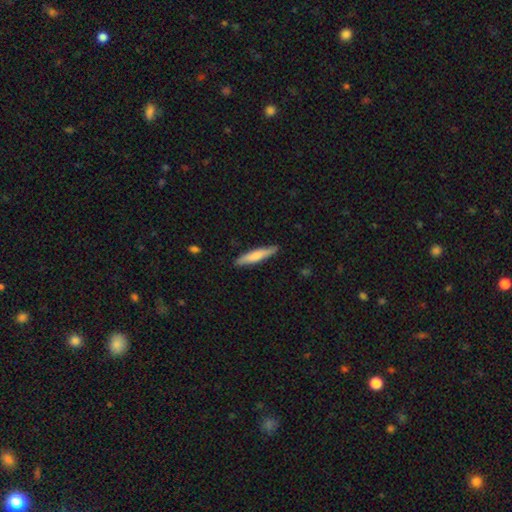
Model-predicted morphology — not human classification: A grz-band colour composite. It shows a smooth galaxy with no disk features (68%) that is cigar-shaped (89%). Merging: none (87%).